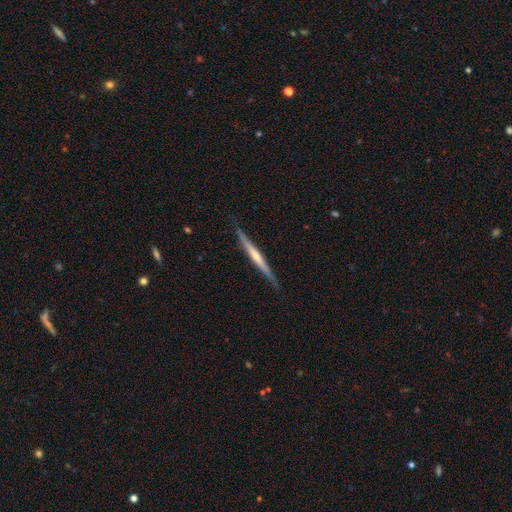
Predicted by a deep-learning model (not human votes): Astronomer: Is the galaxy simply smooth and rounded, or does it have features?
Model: featured or disk — 73%.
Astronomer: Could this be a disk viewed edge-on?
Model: yes — 98%.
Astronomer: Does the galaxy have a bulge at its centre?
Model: rounded — 58% (runner-up: none, 34%).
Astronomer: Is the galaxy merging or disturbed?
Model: none — 88%.